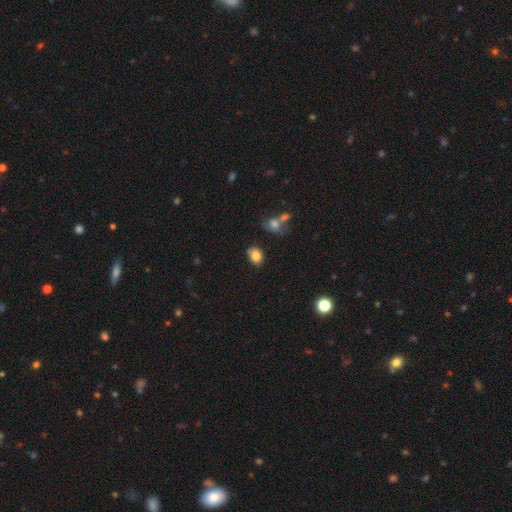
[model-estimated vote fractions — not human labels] The model was most divided on "how rounded": in between: 59%, round: 40%, cigar-shaped: 1%. More confident: smooth or featured — smooth (84%); merging — none (68%).